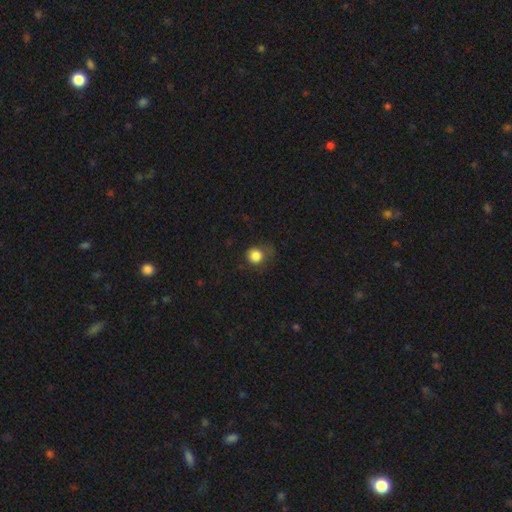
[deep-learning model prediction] This is clearly a smooth galaxy (84%). How rounded: clearly round (89%). Merging: likely none (64%).